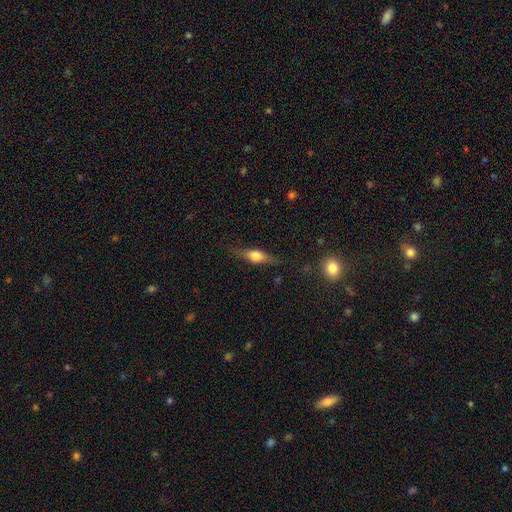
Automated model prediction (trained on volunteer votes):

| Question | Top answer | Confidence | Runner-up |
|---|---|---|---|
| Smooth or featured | smooth | 48% | featured or disk (45%) |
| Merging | none | 77% | minor disturbance (16%) |